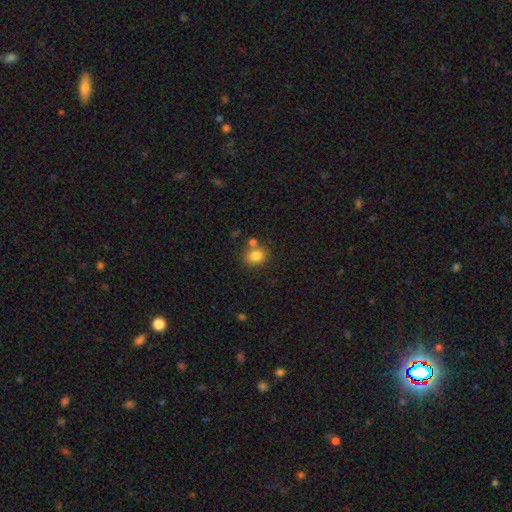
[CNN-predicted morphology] Smooth or featured?
  - smooth: 83% *
  - star or artifact: 11%
  - featured or disk: 7%
How rounded?
  - round: 68% *
  - in between: 31%
  - cigar-shaped: 1%
Merging?
  - none: 68% *
  - merger: 16%
  - minor disturbance: 12%
  - major disturbance: 4%